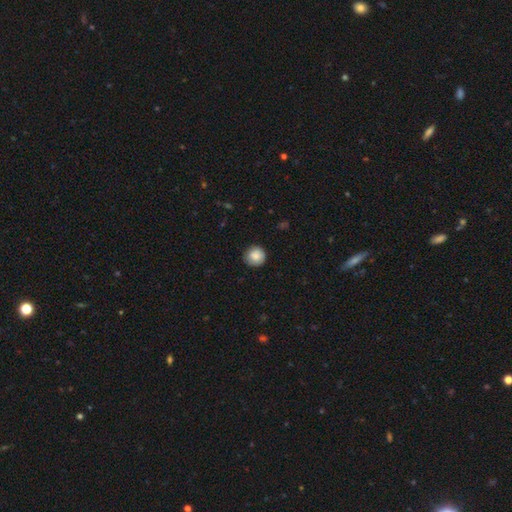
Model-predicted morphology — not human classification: This appears to be a smooth galaxy with no disk features (85%) that is round (93%). Merging: none (85%).